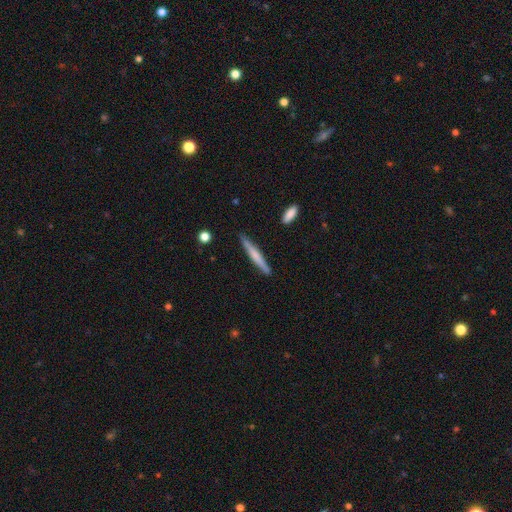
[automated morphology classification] Smooth or featured?
  - smooth: 50% *
  - featured or disk: 45%
  - star or artifact: 5%
How rounded?
  - cigar-shaped: 95% *
  - in between: 3%
  - round: 1%
Merging?
  - none: 88% *
  - minor disturbance: 9%
  - merger: 2%
  - major disturbance: 2%